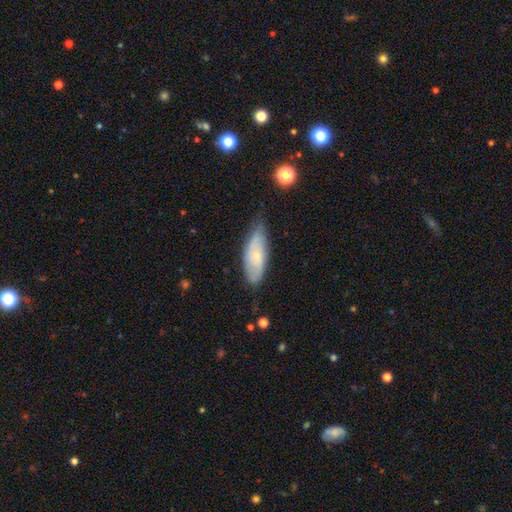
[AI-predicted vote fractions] Smooth or featured? smooth (55%)
How rounded? in between (73%)
Merging? none (57%)